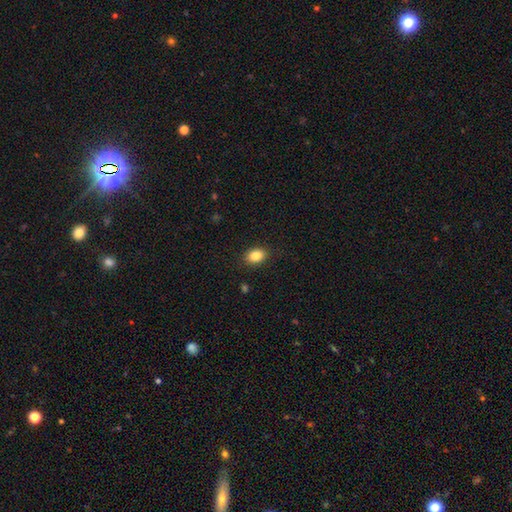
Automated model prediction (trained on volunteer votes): A smooth galaxy with no disk features (85%) that is in between round and cigar-shaped (75%). Merging: none (88%).